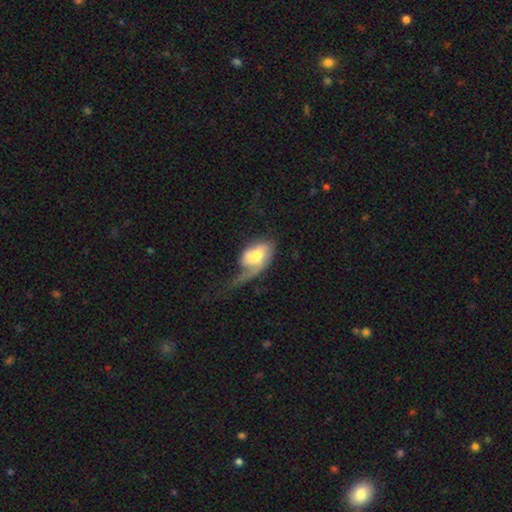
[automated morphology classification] This appears to be a smooth galaxy with no disk features (50%) that is in between round and cigar-shaped (88%). Merging: major disturbance (56%).